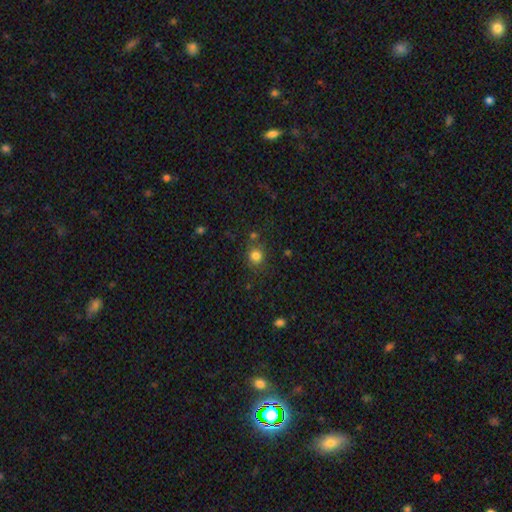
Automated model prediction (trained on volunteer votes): Overall: smooth (81%). How rounded: round (84%). Merging: none (77%).